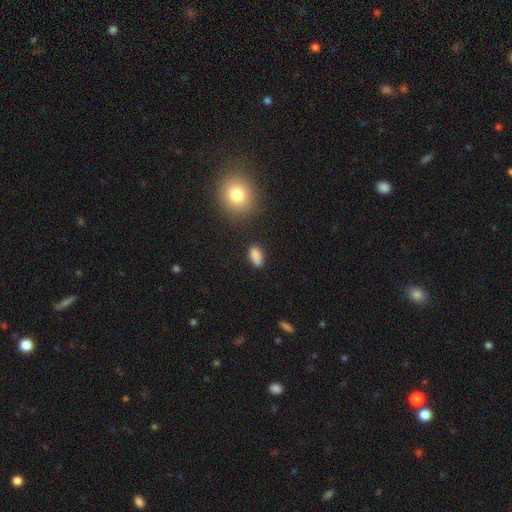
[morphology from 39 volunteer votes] Q: Smooth or featured?
A: smooth (95%); runner-up: featured or disk (3%)
Q: How rounded?
A: in between (78%); runner-up: round (16%)
Q: Merging?
A: none (84%); runner-up: minor disturbance (13%)